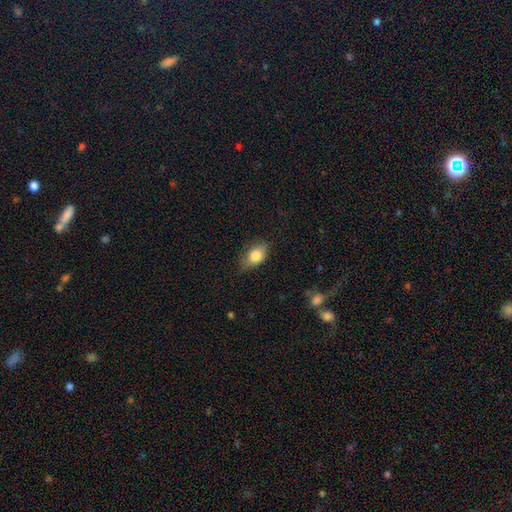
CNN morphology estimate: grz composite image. It shows a smooth galaxy with no disk features (82%) that is in between round and cigar-shaped (86%). Merging: none (71%).